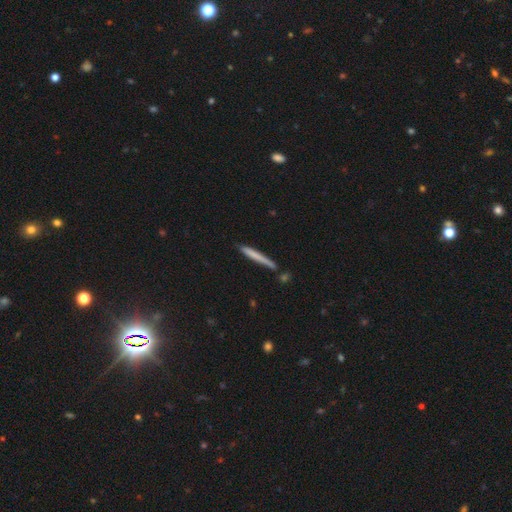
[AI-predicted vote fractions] Smooth or featured? Predicted: smooth (p=0.68). How rounded? Predicted: cigar-shaped (p=0.96). Merging? Predicted: none (p=0.82).